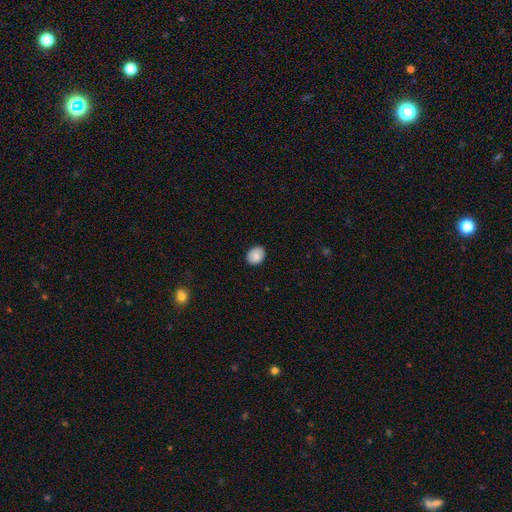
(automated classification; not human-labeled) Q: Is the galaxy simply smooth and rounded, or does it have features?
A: smooth — 87%.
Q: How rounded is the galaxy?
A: in between — 50%.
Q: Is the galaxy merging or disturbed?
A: none — 88%.